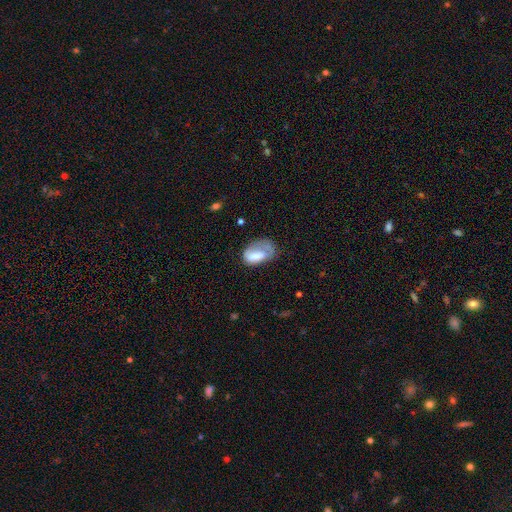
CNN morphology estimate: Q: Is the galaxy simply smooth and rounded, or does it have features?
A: smooth — 67%.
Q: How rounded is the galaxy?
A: in between — 89%.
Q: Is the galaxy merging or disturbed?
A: none — 34%.